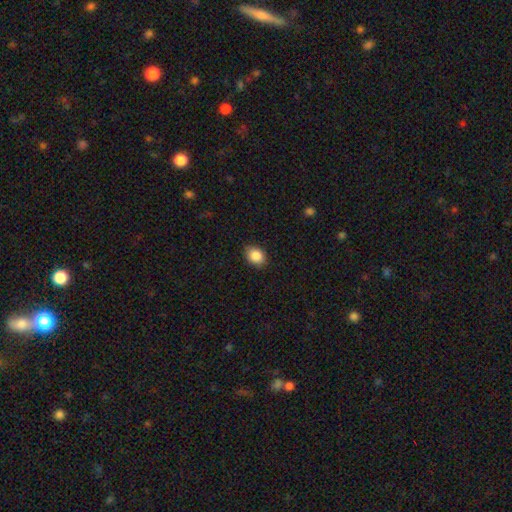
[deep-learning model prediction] Smooth or featured? smooth (87%)
How rounded? in between (62%)
Merging? none (86%)